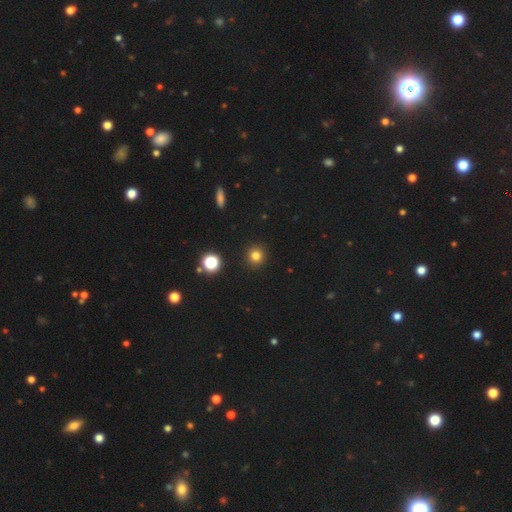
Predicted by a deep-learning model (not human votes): A smooth galaxy with no disk features (80%) that is round (94%). Merging: none (92%).